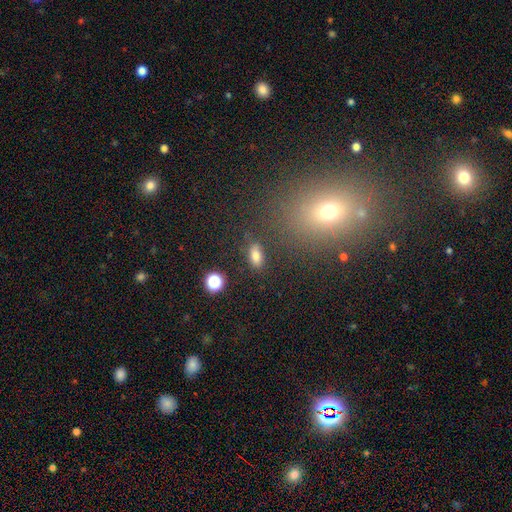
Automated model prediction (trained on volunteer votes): The model was most divided on "smooth or featured": smooth: 79%, star or artifact: 12%, featured or disk: 9%. More confident: how rounded — in between (86%); merging — none (82%).